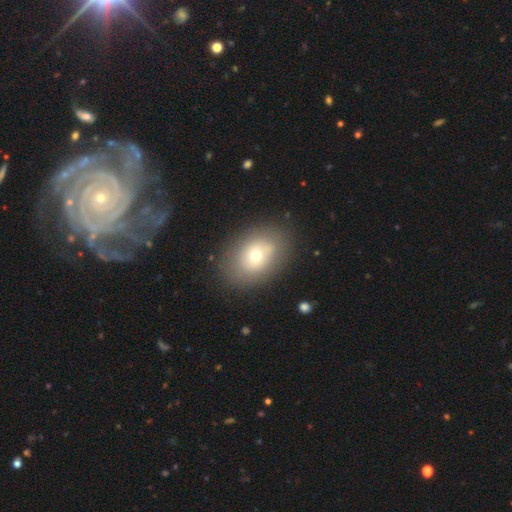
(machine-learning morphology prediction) smooth 66%, featured or disk 24%, star or artifact 10%. Down the decision tree: how rounded — in between (75%); merging — none (81%).